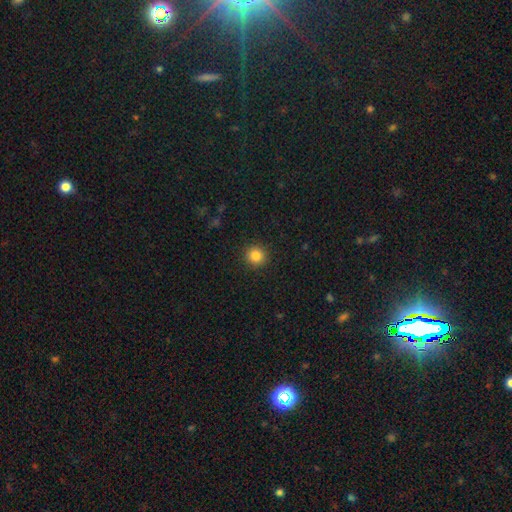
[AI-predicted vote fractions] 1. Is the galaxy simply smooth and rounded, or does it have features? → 85% smooth, 11% star or artifact, 5% featured or disk.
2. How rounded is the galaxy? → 93% round, 7% in between, 1% cigar-shaped.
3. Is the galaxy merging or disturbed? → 92% none, 5% minor disturbance, 2% major disturbance, 1% merger.